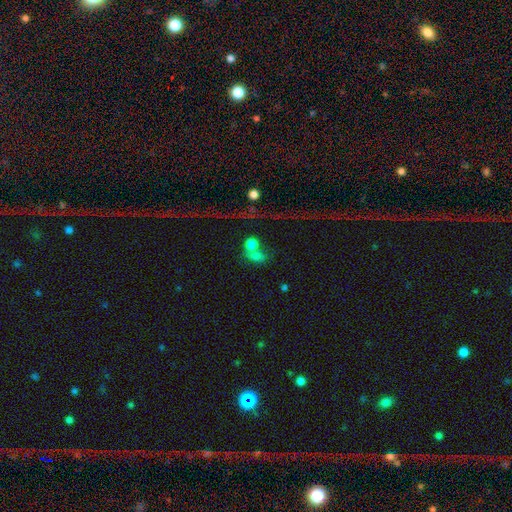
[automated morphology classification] Smooth or featured? smooth (68%)
How rounded? in between (49%)
Merging? merger (48%)